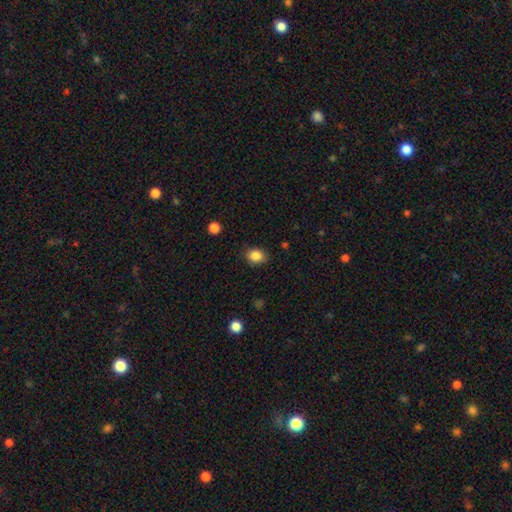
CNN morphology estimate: Smooth or featured? smooth (86%)
How rounded? in between (52%)
Merging? none (84%)